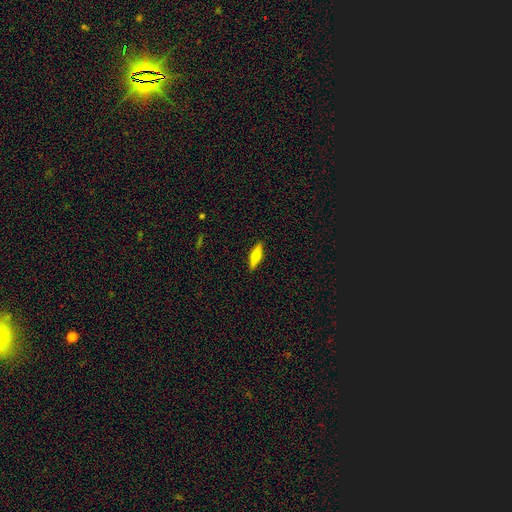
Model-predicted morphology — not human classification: This is possibly a smooth galaxy (57%). How rounded: likely cigar-shaped (66%). Merging: clearly none (90%).